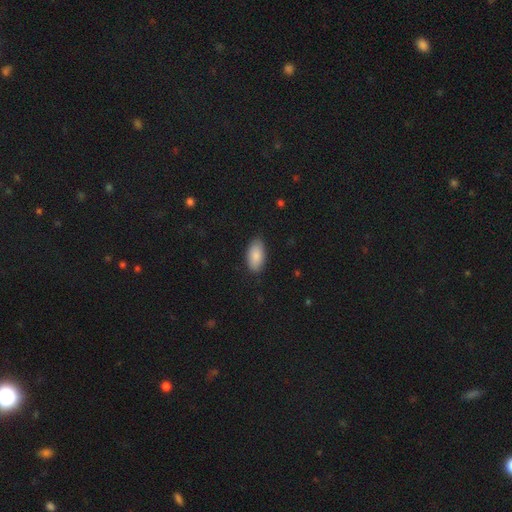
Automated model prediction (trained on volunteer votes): A smooth galaxy with no disk features (87%) that is in between round and cigar-shaped (94%). Merging: none (85%).